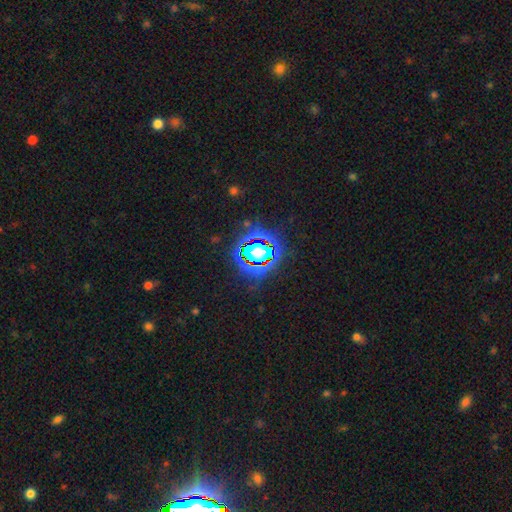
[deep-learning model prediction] A star or artifact, not a galaxy (81%).